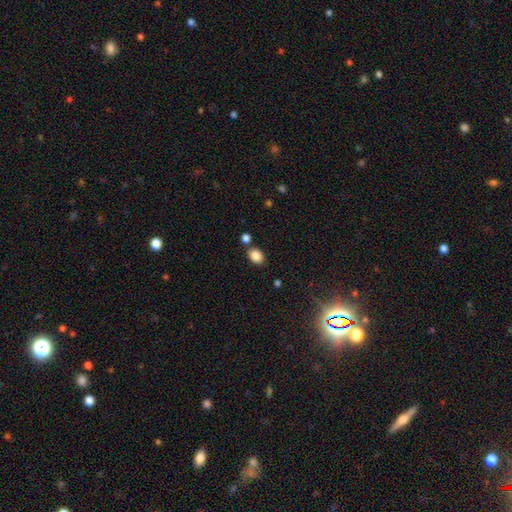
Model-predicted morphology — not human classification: This is clearly a smooth galaxy (85%). How rounded: likely in between (73%). Merging: likely none (78%).